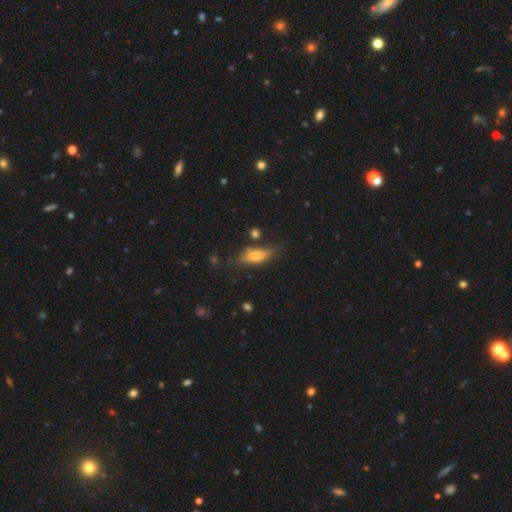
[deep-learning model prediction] Q: Smooth or featured?
A: smooth (66%); runner-up: featured or disk (27%)
Q: How rounded?
A: in between (64%); runner-up: cigar-shaped (32%)
Q: Merging?
A: none (71%); runner-up: minor disturbance (19%)